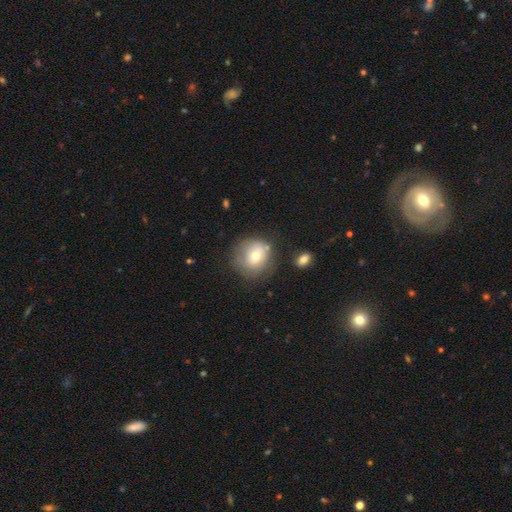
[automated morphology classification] A smooth galaxy with no disk features (58%) that is round (87%). Merging: none (64%).